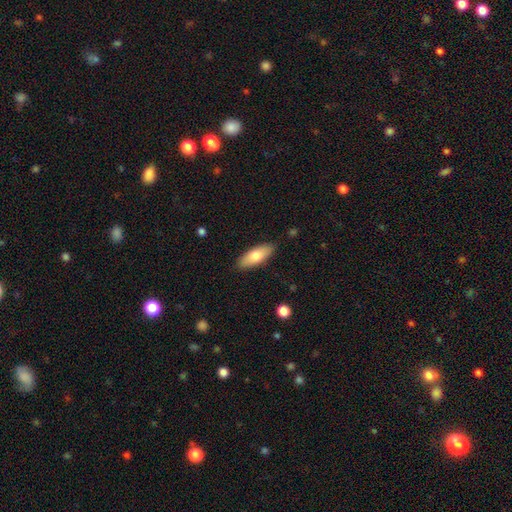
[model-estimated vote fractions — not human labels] smooth_or_featured: smooth (p=0.73) [alt: featured or disk p=0.21]
how_rounded: in between (p=0.74) [alt: cigar-shaped p=0.24]
merging: none (p=0.87) [alt: minor disturbance p=0.10]